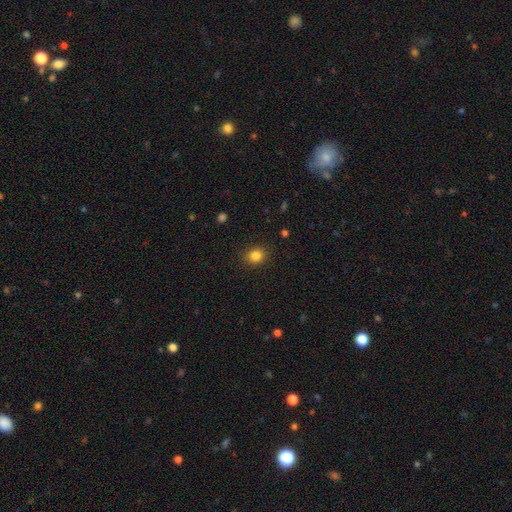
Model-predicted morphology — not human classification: Smooth or featured? smooth (84%)
How rounded? round (72%)
Merging? none (89%)